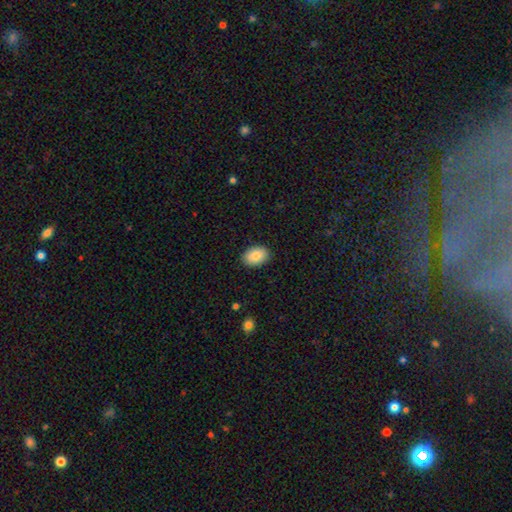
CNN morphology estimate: Q: Smooth or featured?
A: smooth (86%); runner-up: featured or disk (8%)
Q: How rounded?
A: in between (85%); runner-up: round (14%)
Q: Merging?
A: none (89%); runner-up: minor disturbance (8%)